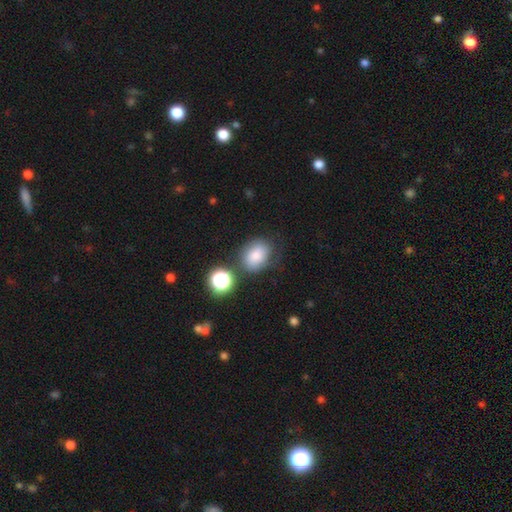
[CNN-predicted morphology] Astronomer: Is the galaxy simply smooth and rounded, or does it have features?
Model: smooth — 76%.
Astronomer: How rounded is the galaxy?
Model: in between — 60% (runner-up: round, 39%).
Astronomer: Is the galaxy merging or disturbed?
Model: none — 63%.